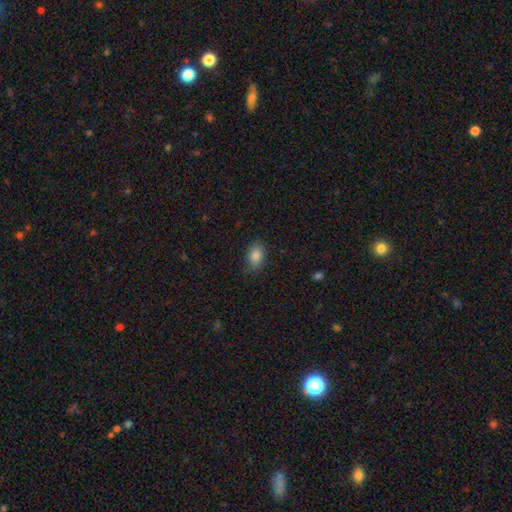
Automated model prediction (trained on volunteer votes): Smooth or featured?
  - smooth: 85% *
  - star or artifact: 8%
  - featured or disk: 7%
How rounded?
  - in between: 85% *
  - round: 13%
  - cigar-shaped: 2%
Merging?
  - none: 75% *
  - minor disturbance: 20%
  - major disturbance: 4%
  - merger: 1%